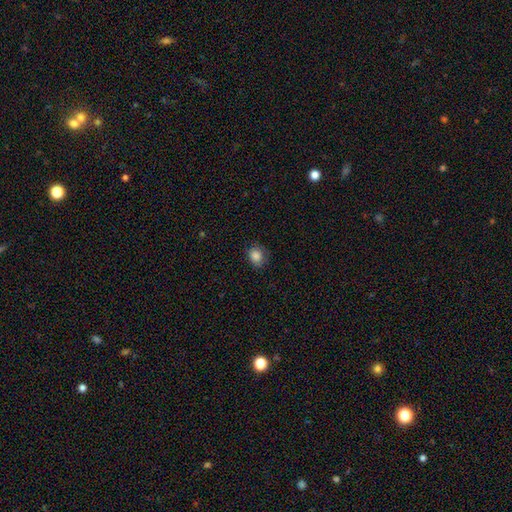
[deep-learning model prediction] This appears to be a smooth galaxy with no disk features (86%) that is round (58%). Merging: none (80%).